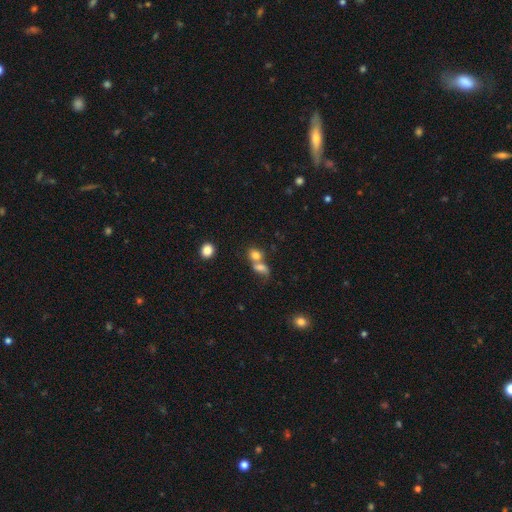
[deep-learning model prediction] Smooth or featured? Predicted: smooth (p=0.75). How rounded? Predicted: round (p=0.55). Merging? Predicted: merger (p=0.60).